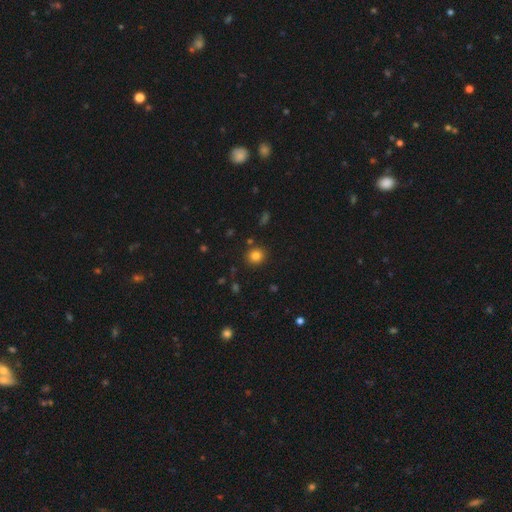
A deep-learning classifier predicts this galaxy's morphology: smooth-or-featured: smooth: 82% | star or artifact: 12% | featured or disk: 6%
  how-rounded: round: 84% | in between: 15% | cigar-shaped: 1%
  merging: none: 87% | minor disturbance: 8% | merger: 3% | major disturbance: 2%